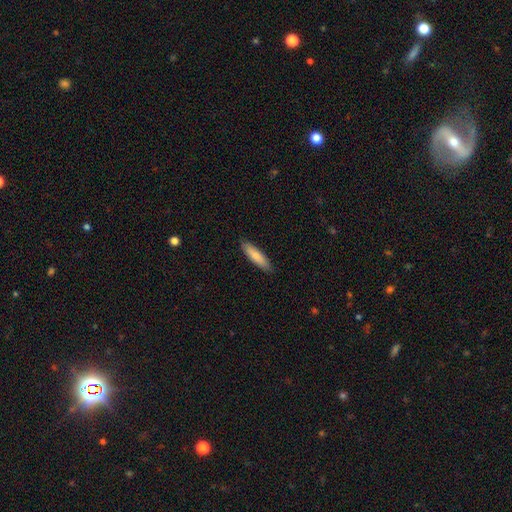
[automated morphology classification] Q: Smooth or featured?
A: smooth (81%); runner-up: featured or disk (13%)
Q: How rounded?
A: cigar-shaped (74%); runner-up: in between (25%)
Q: Merging?
A: none (89%); runner-up: minor disturbance (8%)